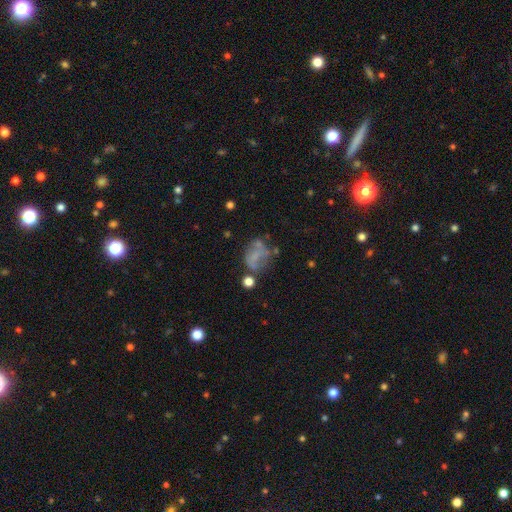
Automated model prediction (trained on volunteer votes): Smooth or featured?
  - smooth: 42% * (tied)
  - featured or disk: 42% * (tied)
  - star or artifact: 16%
Merging?
  - none: 41% *
  - minor disturbance: 23%
  - major disturbance: 23%
  - merger: 14%